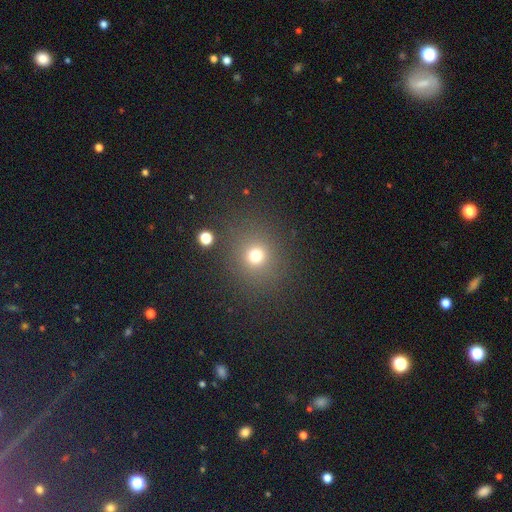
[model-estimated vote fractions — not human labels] Morphology: type=smooth (70%); roundness=round (83%); merging=none (83%).